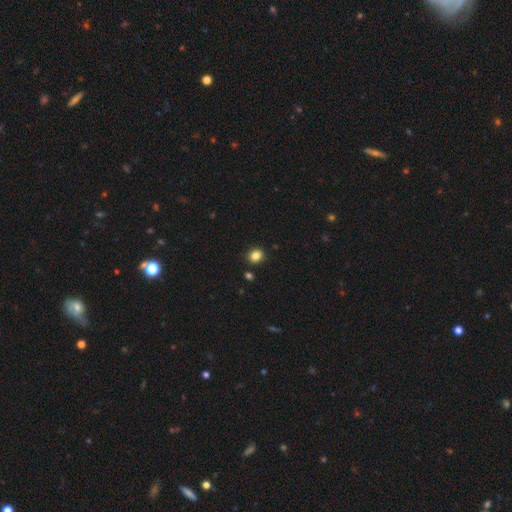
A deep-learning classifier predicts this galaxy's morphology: smooth_or_featured: smooth (p=0.85) [alt: star or artifact p=0.11]
how_rounded: round (p=0.70) [alt: in between p=0.29]
merging: none (p=0.87) [alt: minor disturbance p=0.08]